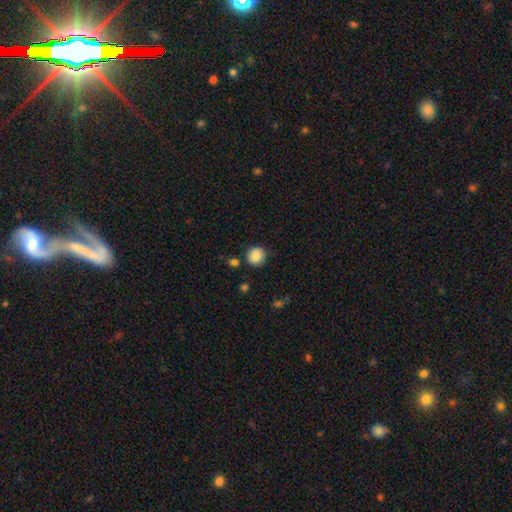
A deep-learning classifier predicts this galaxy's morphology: smooth 88%, star or artifact 8%, featured or disk 4%. Down the decision tree: how rounded — round (90%); merging — none (81%).